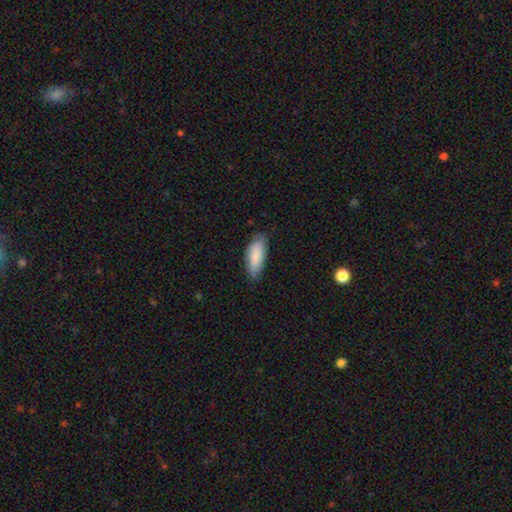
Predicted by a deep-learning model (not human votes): smooth-or-featured: smooth: 79% | featured or disk: 15% | star or artifact: 6%
  how-rounded: in between: 77% | cigar-shaped: 21% | round: 2%
  merging: none: 72% | minor disturbance: 23% | major disturbance: 4% | merger: 1%